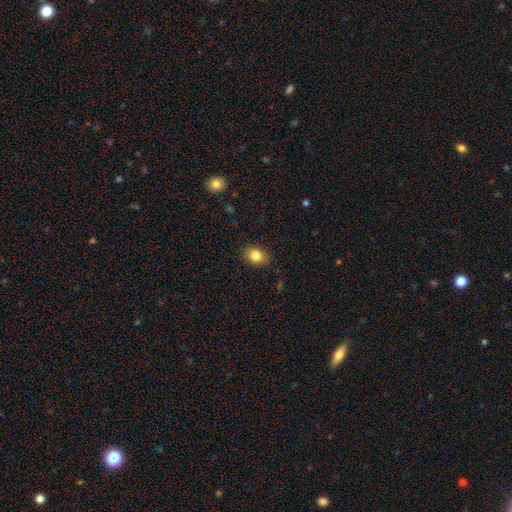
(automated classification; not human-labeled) Smooth or featured? Predicted: smooth (p=0.83). How rounded? Predicted: in between (p=0.55). Merging? Predicted: none (p=0.87).